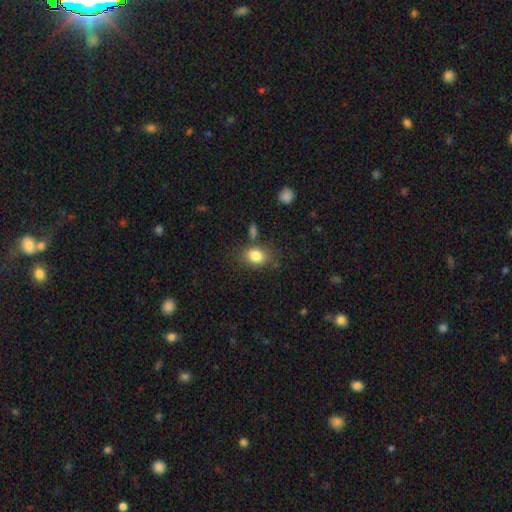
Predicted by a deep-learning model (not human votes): The model was most divided on "how rounded": in between: 59%, round: 40%, cigar-shaped: 1%. More confident: smooth or featured — smooth (83%); merging — none (74%).